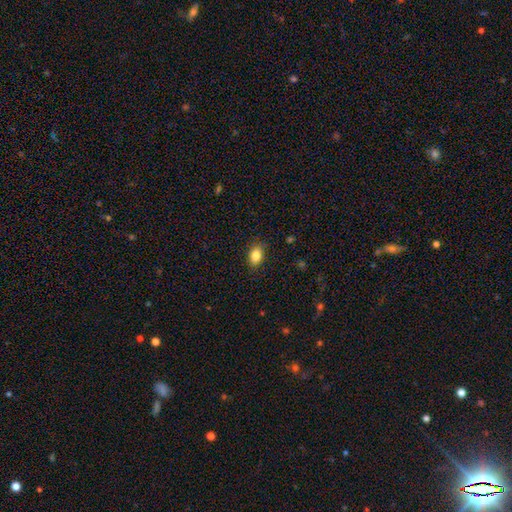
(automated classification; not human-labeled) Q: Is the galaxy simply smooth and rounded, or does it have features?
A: smooth — 85%.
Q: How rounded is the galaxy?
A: in between — 82%.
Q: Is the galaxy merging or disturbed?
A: none — 85%.